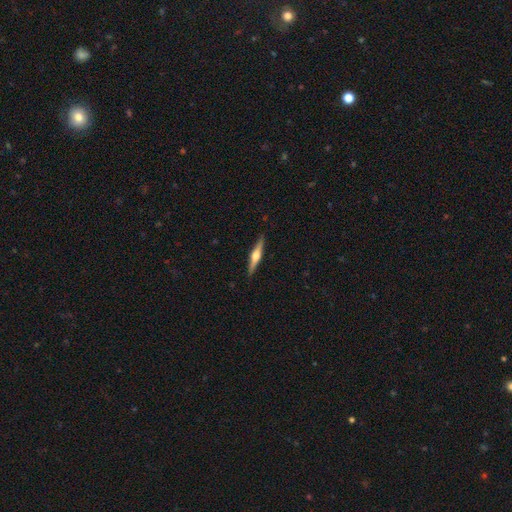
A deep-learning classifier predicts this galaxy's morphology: The model was most divided on "smooth or featured": featured or disk: 69%, smooth: 26%, star or artifact: 5%. More confident: edge-on disk — yes (98%); edge-on bulge — rounded (93%); merging — none (90%).